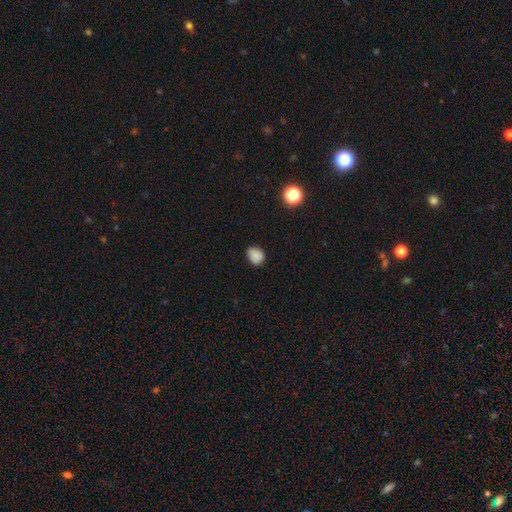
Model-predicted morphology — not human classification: This appears to be a smooth galaxy with no disk features (84%) that is round (50%). Merging: none (73%).